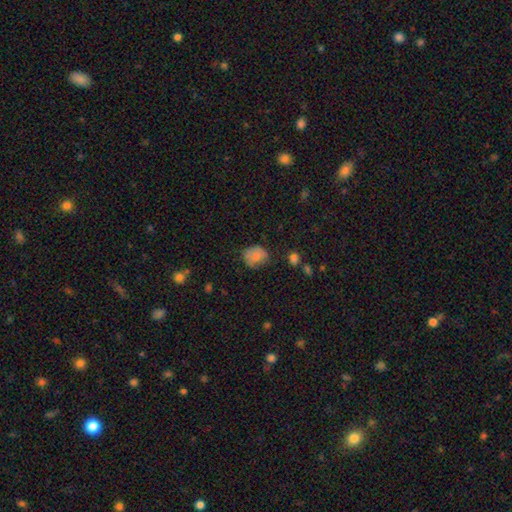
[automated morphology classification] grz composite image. It shows a smooth galaxy with no disk features (78%) that is round (60%). Merging: none (59%).